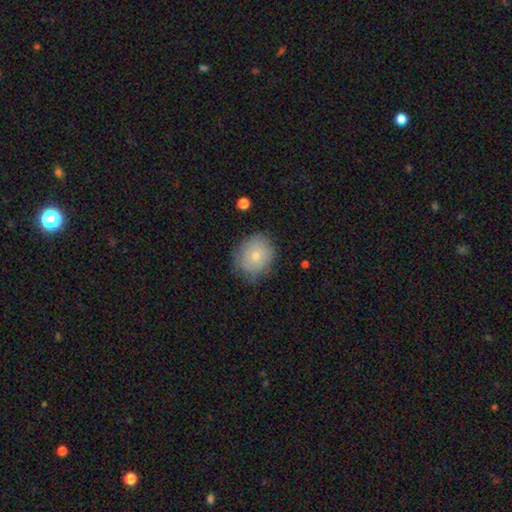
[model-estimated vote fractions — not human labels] smooth 73%, featured or disk 19%, star or artifact 8%. Down the decision tree: how rounded — round (65%); merging — none (71%).